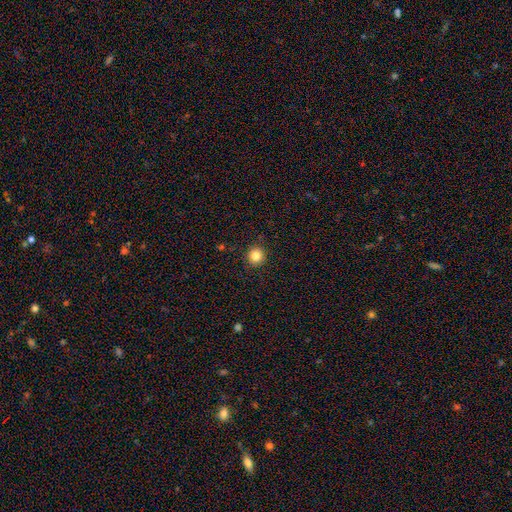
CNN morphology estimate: Smooth or featured? smooth (84%)
How rounded? round (93%)
Merging? none (91%)